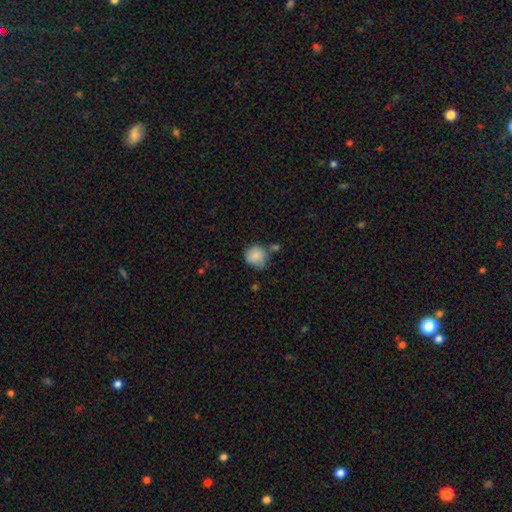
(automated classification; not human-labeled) Smooth or featured? smooth (84%)
How rounded? round (79%)
Merging? none (54%)